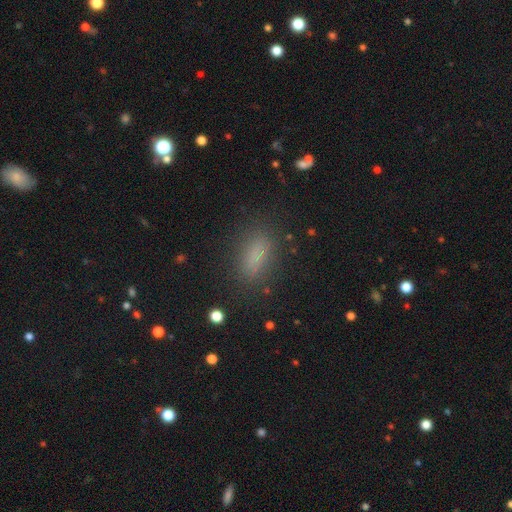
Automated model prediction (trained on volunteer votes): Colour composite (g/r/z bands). It shows a smooth galaxy with no disk features (80%) that is in between round and cigar-shaped (77%). Merging: none (84%).